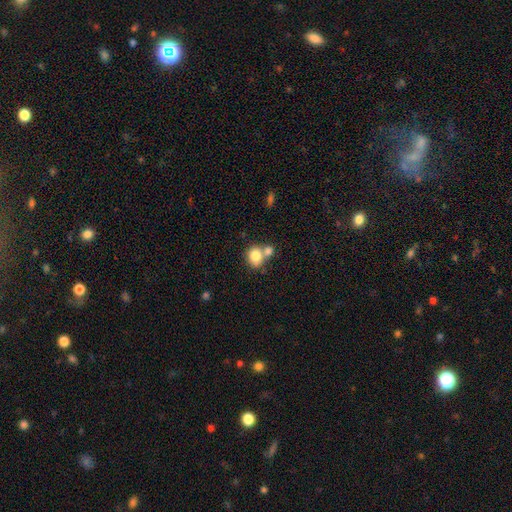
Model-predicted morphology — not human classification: smooth 80%, featured or disk 11%, star or artifact 9%. Down the decision tree: how rounded — round (62%); merging — merger (46%).